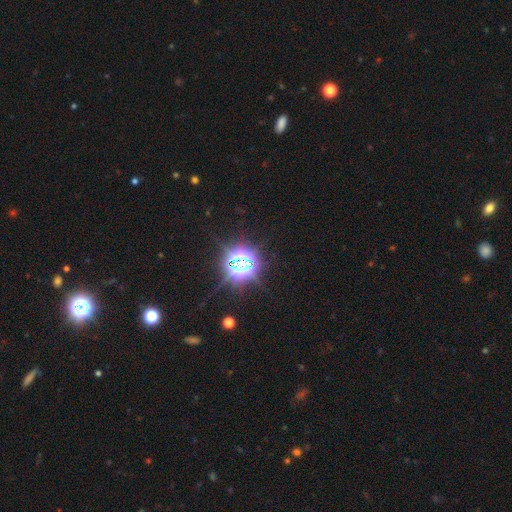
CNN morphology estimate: Smooth or featured: star or artifact — 82% (smooth — 12%)